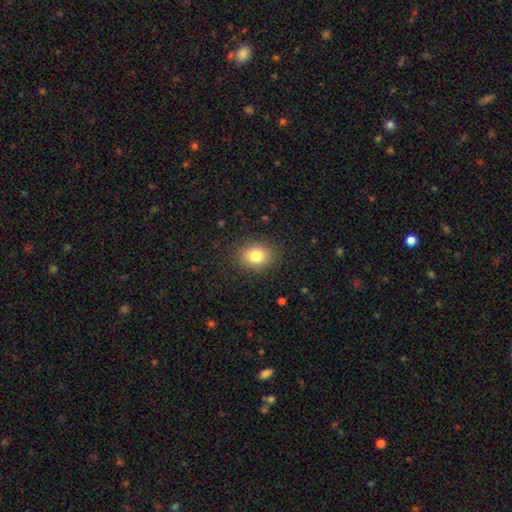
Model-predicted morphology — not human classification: Q: Smooth or featured?
A: smooth (82%); runner-up: star or artifact (10%)
Q: How rounded?
A: in between (57%); runner-up: round (42%)
Q: Merging?
A: none (87%); runner-up: minor disturbance (9%)